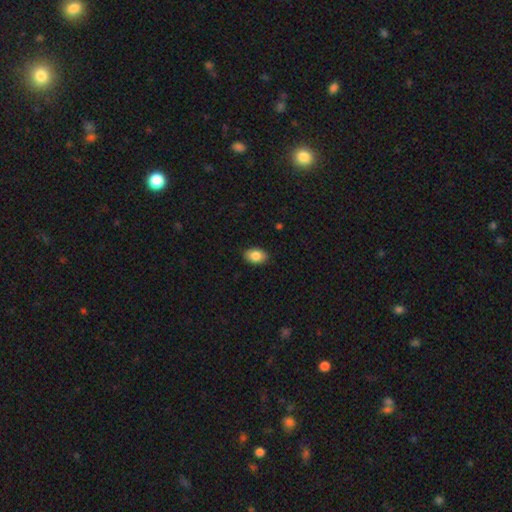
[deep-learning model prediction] Smooth or featured: smooth — 85% (star or artifact — 7%)
How rounded: in between — 88% (round — 11%)
Merging: none — 89% (minor disturbance — 8%)